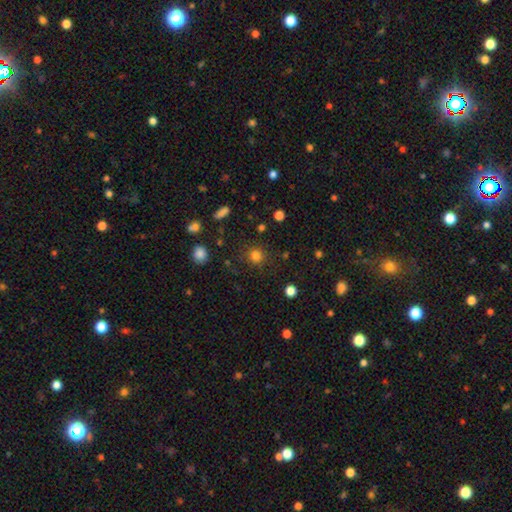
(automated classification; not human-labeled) Overall: smooth (80%). How rounded: round (91%). Merging: none (86%).